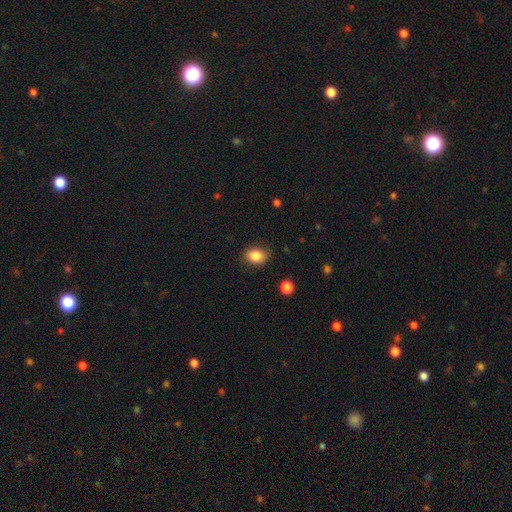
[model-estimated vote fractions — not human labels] Smooth or featured?
  - smooth: 85% *
  - star or artifact: 9%
  - featured or disk: 6%
How rounded?
  - in between: 61% *
  - round: 38%
  - cigar-shaped: 1%
Merging?
  - none: 82% *
  - minor disturbance: 14%
  - major disturbance: 3%
  - merger: 1%